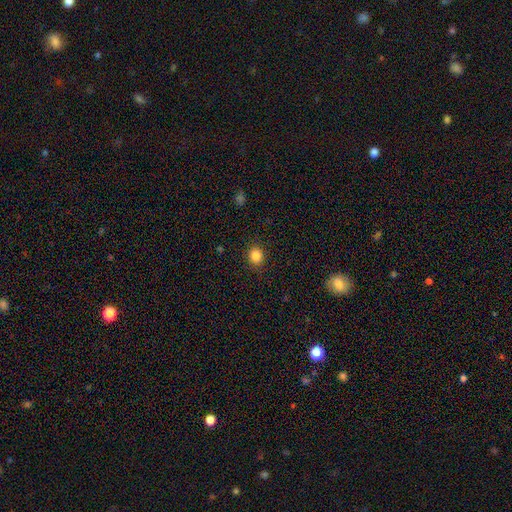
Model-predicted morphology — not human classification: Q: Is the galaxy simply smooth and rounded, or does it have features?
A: smooth — 85%.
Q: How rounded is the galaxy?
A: round — 75%.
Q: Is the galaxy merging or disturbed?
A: none — 89%.